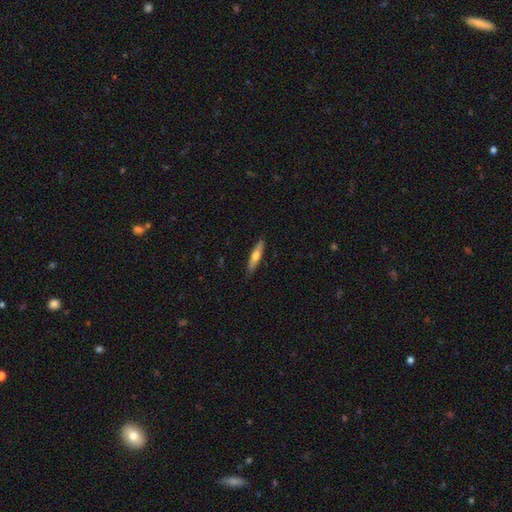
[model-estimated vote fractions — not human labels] Smooth or featured? Predicted: smooth (p=0.56). How rounded? Predicted: cigar-shaped (p=0.82). Merging? Predicted: none (p=0.89).